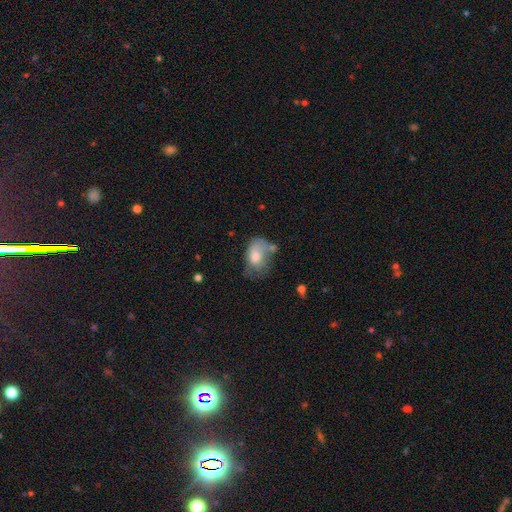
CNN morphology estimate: Smooth or featured: smooth — 65% (featured or disk — 26%)
How rounded: in between — 81% (round — 18%)
Merging: none — 35% (minor disturbance — 32%)